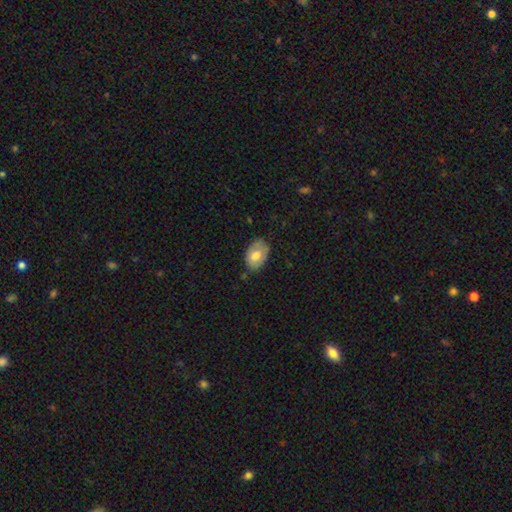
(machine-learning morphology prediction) This appears to be a smooth galaxy with no disk features (69%) that is in between round and cigar-shaped (85%). Merging: none (67%).